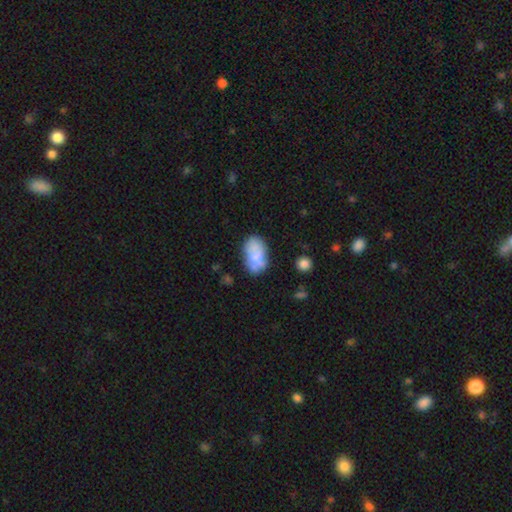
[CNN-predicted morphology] smooth 65%, featured or disk 28%, star or artifact 7%. Down the decision tree: how rounded — in between (89%); merging — none (53%).